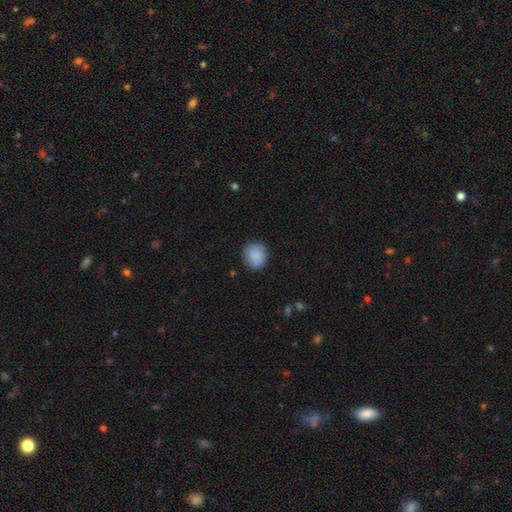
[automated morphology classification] This appears to be a smooth galaxy with no disk features (87%) that is round (83%). Merging: none (81%).